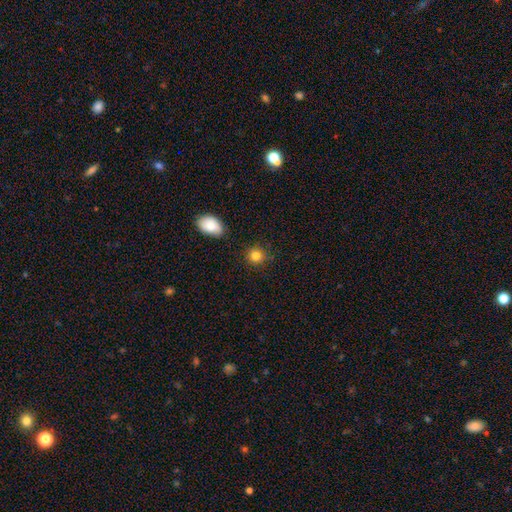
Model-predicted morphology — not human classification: type=smooth (85%); roundness=round (87%); merging=none (86%).